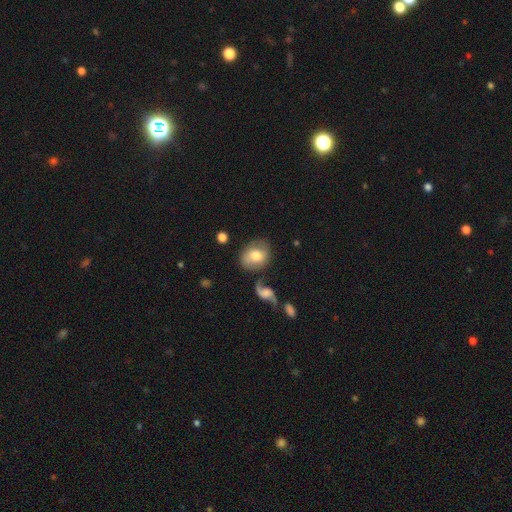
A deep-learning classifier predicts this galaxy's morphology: A smooth galaxy with no disk features (60%) that is round (53%). Merging: none (64%).